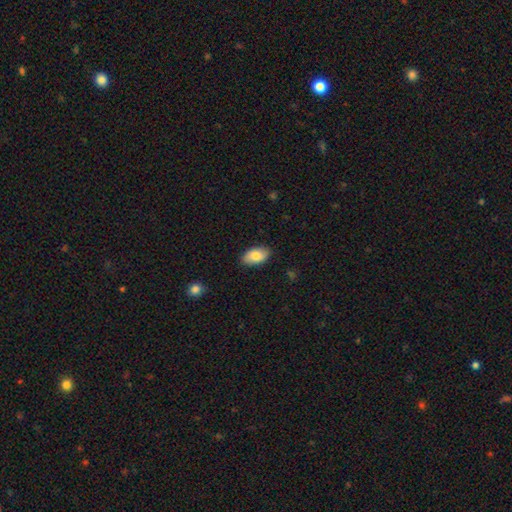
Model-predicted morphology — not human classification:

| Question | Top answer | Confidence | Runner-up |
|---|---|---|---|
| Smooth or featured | smooth | 81% | featured or disk (12%) |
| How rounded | in between | 94% | round (4%) |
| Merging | none | 87% | minor disturbance (10%) |